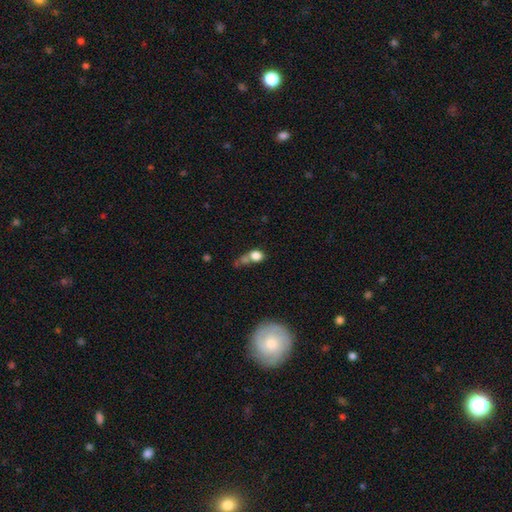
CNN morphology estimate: smooth-or-featured: smooth: 74% | star or artifact: 13% | featured or disk: 12%
  how-rounded: round: 58% | in between: 38% | cigar-shaped: 4%
  merging: merger: 37% | none: 34% | minor disturbance: 15% | major disturbance: 14%